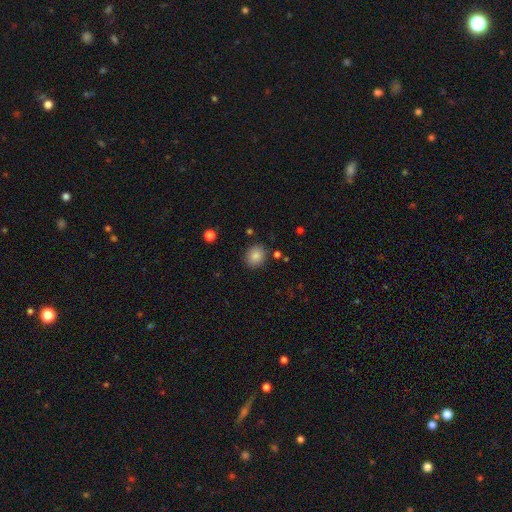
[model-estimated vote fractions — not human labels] Morphology: type=smooth (84%); roundness=round (79%); merging=none (86%).